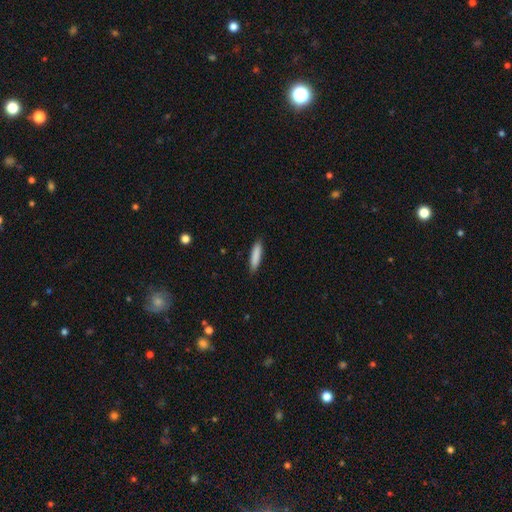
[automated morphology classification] Smooth or featured? smooth (86%)
How rounded? cigar-shaped (81%)
Merging? none (89%)